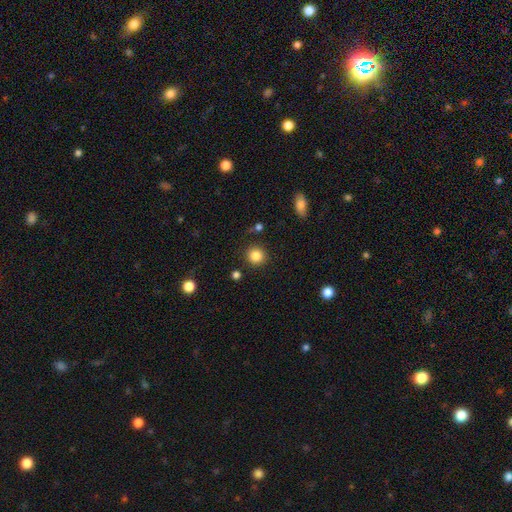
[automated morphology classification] Smooth or featured: smooth — 85% (star or artifact — 10%)
How rounded: round — 92% (in between — 7%)
Merging: none — 89% (minor disturbance — 6%)